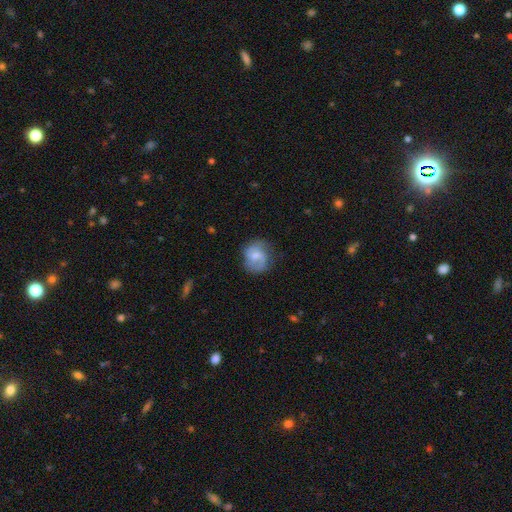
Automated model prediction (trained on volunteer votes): This is possibly a featured or disk galaxy (49%). Merging: likely none (64%).